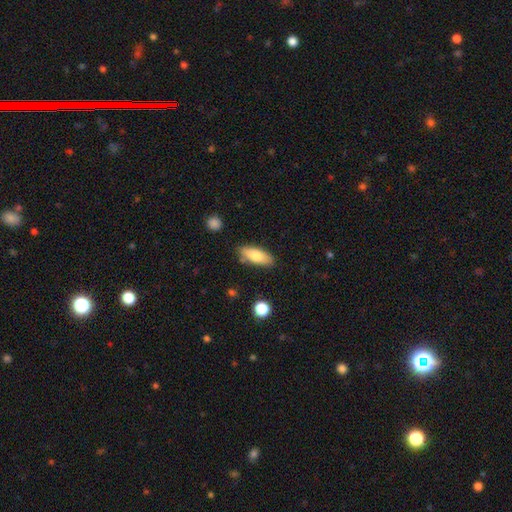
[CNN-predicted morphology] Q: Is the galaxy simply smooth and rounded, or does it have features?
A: smooth — 75%.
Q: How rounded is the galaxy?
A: in between — 75%.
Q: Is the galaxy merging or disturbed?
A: none — 82%.